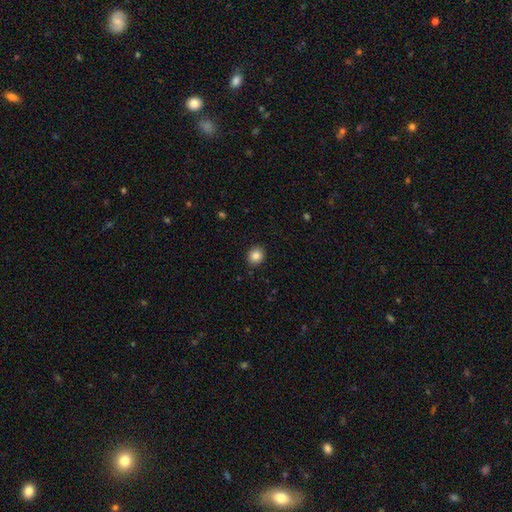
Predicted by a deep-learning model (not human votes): Smooth or featured?
  - smooth: 85% *
  - star or artifact: 10%
  - featured or disk: 5%
How rounded?
  - round: 79% *
  - in between: 21%
  - cigar-shaped: 1%
Merging?
  - none: 91% *
  - minor disturbance: 6%
  - major disturbance: 2%
  - merger: 1%